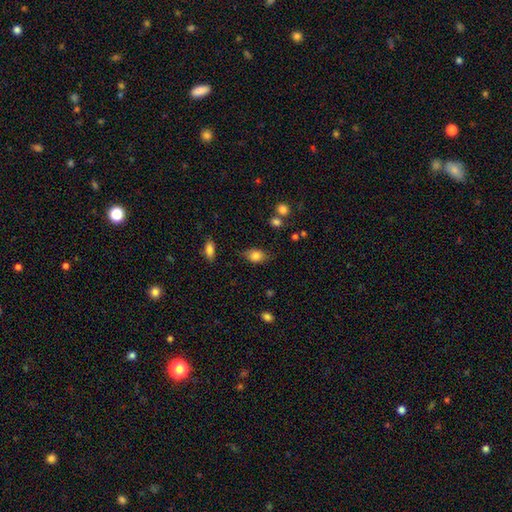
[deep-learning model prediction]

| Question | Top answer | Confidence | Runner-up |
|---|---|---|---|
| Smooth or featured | smooth | 81% | featured or disk (11%) |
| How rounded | in between | 75% | round (22%) |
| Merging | none | 72% | minor disturbance (21%) |